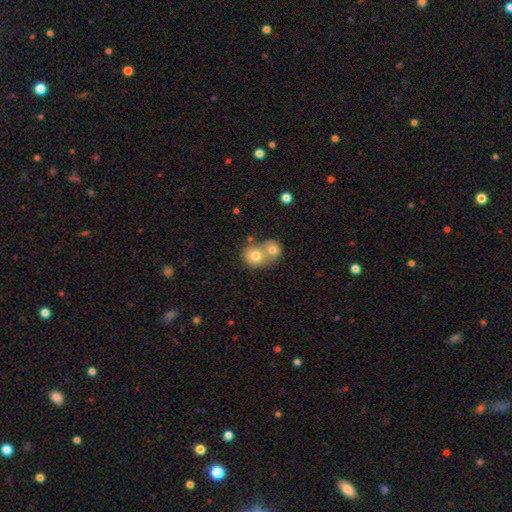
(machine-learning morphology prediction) The model was most divided on "how rounded": round: 68%, in between: 31%, cigar-shaped: 1%. More confident: smooth or featured — smooth (73%); merging — merger (71%).